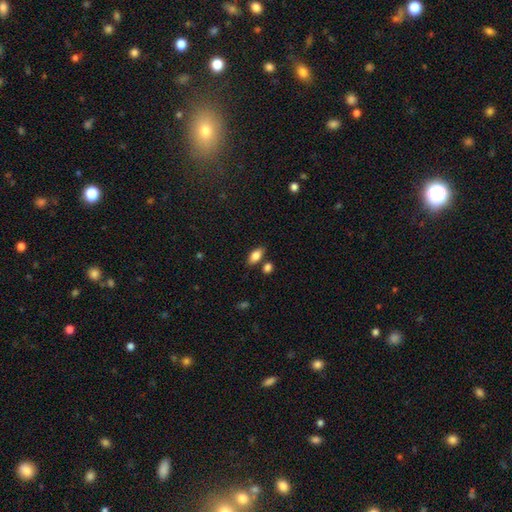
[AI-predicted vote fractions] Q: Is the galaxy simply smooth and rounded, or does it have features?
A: smooth — 82%.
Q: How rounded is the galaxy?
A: in between — 88%.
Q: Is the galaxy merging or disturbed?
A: none — 76%.